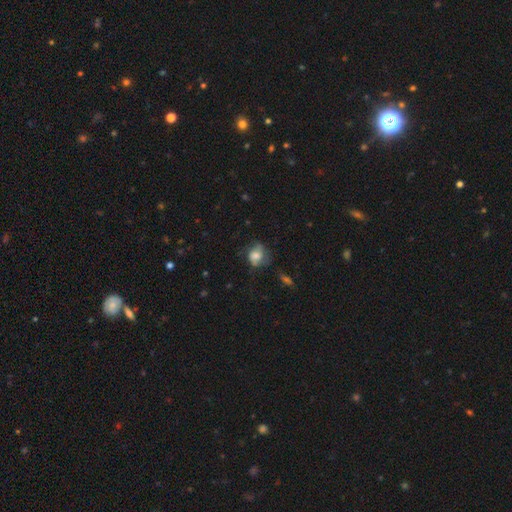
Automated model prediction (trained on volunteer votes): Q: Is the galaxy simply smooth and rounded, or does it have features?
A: smooth — 62%.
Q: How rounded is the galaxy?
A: round — 58%.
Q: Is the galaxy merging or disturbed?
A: none — 45%.